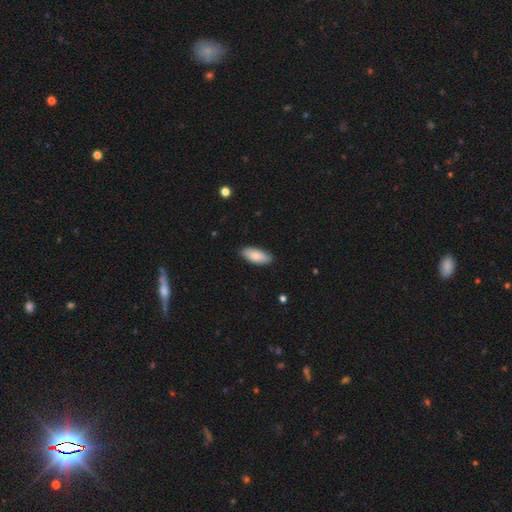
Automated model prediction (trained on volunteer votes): Overall: smooth (85%). How rounded: in between (86%). Merging: none (87%).